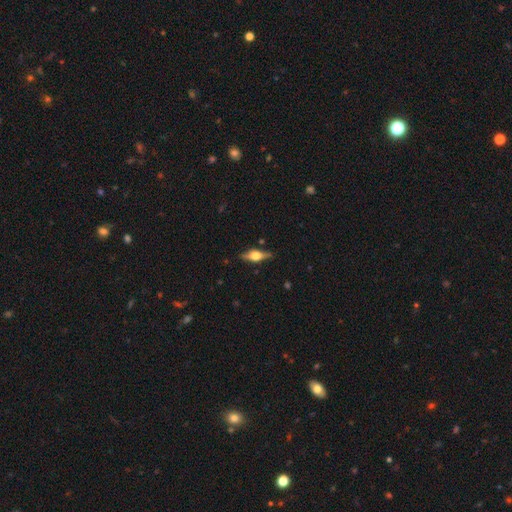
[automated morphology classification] smooth_or_featured: featured or disk (p=0.61) [alt: smooth p=0.32]
disk_edge_on: yes (p=0.94) [alt: no p=0.06]
edge_on_bulge: rounded (p=0.91) [alt: boxy p=0.07]
merging: none (p=0.84) [alt: minor disturbance p=0.12]